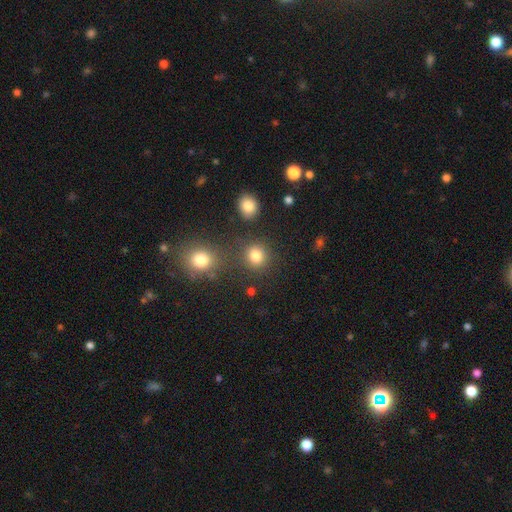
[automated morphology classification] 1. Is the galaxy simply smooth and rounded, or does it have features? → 82% smooth, 13% star or artifact, 5% featured or disk.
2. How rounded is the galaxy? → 87% round, 12% in between, 1% cigar-shaped.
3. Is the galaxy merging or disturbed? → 79% none, 10% merger, 8% minor disturbance, 4% major disturbance.